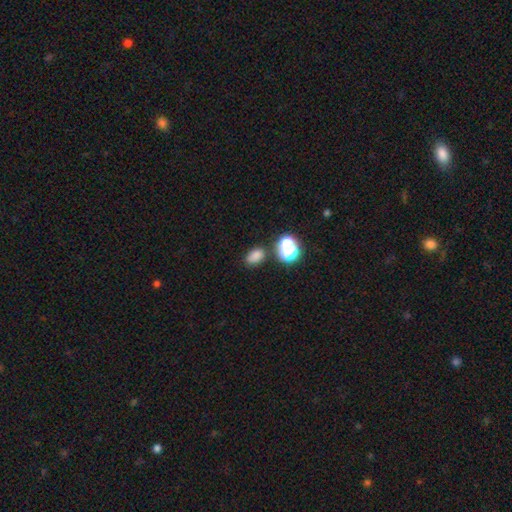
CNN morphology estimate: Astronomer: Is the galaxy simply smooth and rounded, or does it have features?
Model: smooth — 76%.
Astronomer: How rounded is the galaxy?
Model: in between — 78%.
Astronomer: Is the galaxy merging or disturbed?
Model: none — 76%.